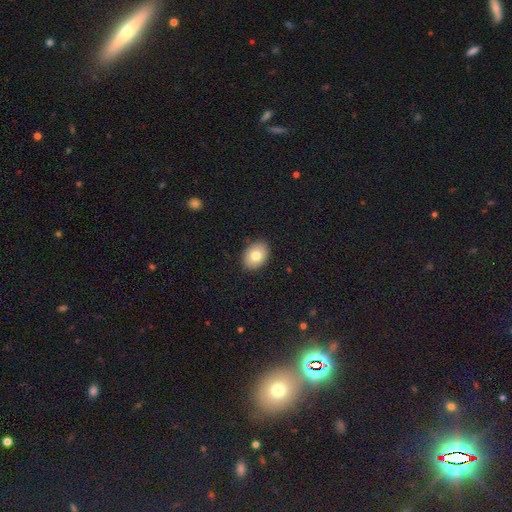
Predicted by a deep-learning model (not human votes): A smooth galaxy with no disk features (79%) that is in between round and cigar-shaped (75%). Merging: none (89%).